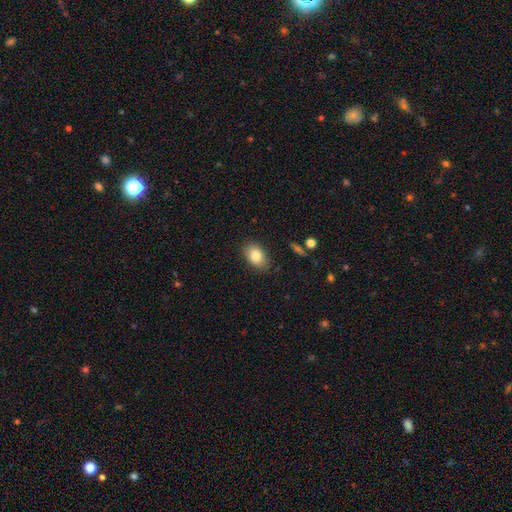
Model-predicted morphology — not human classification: A smooth galaxy with no disk features (83%) that is in between round and cigar-shaped (84%). Merging: none (84%).